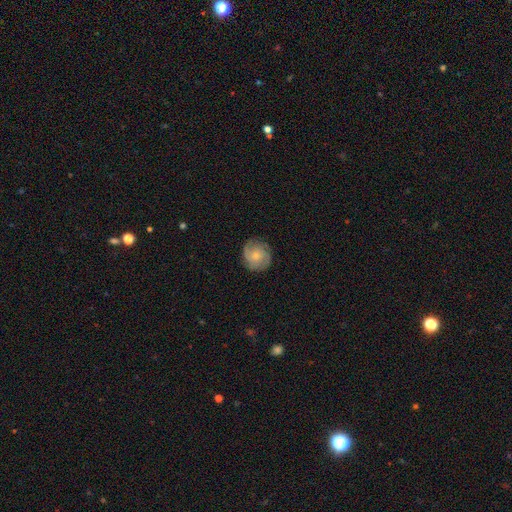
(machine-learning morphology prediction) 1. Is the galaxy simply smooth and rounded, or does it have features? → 59% featured or disk, 34% smooth, 7% star or artifact.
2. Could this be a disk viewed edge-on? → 98% no, 2% yes.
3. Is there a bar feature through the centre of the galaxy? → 78% no, 19% weak, 3% strong.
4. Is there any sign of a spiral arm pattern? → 92% yes, 8% no.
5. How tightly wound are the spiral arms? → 50% tight, 38% medium, 12% loose.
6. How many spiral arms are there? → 39% 3, 23% 2, 21% can't tell, 8% 4, 5% 1, 5% more than 4.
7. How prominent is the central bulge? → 48% small, 44% moderate, 4% none, 3% large, 1% dominant.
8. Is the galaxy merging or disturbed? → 82% none, 14% minor disturbance, 4% major disturbance, 1% merger.